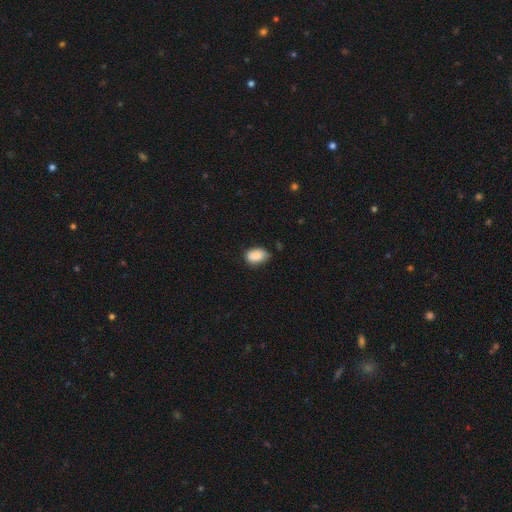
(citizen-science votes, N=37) smooth-or-featured: smooth: 92% | star or artifact: 8% | featured or disk: 0%
  how-rounded: in between: 94% | round: 6% | cigar-shaped: 0%
  merging: minor disturbance: 59% | none: 38% | merger: 3% | major disturbance: 0%